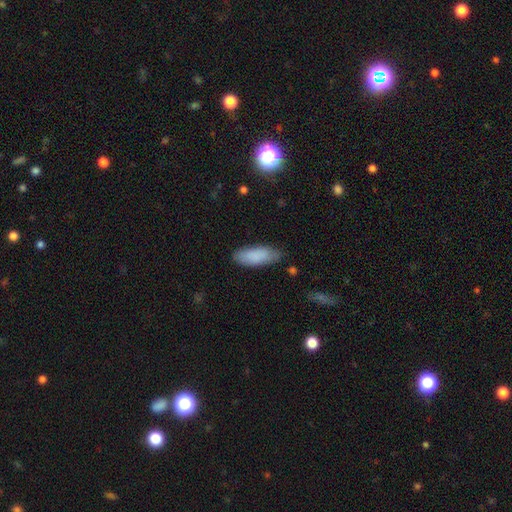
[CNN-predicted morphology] type=smooth (87%); roundness=in between (75%); merging=none (78%).